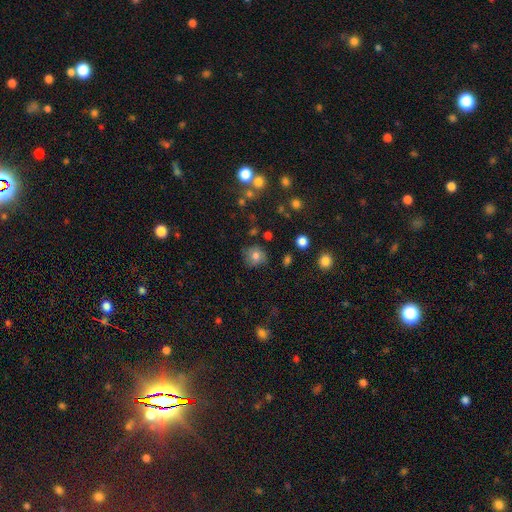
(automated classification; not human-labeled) Smooth or featured: smooth — 77% (star or artifact — 12%)
How rounded: round — 84% (in between — 15%)
Merging: none — 76% (minor disturbance — 16%)